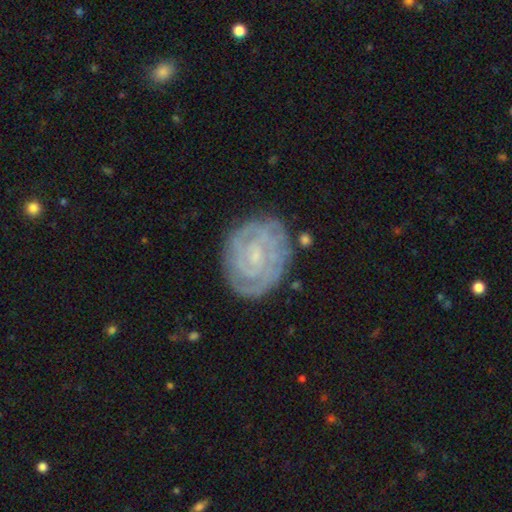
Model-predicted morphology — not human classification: A featured or disk galaxy (82%) with no bar (56%), tight (80%) spiral arms (96%) and a small central bulge (73%). Merging: none (79%).